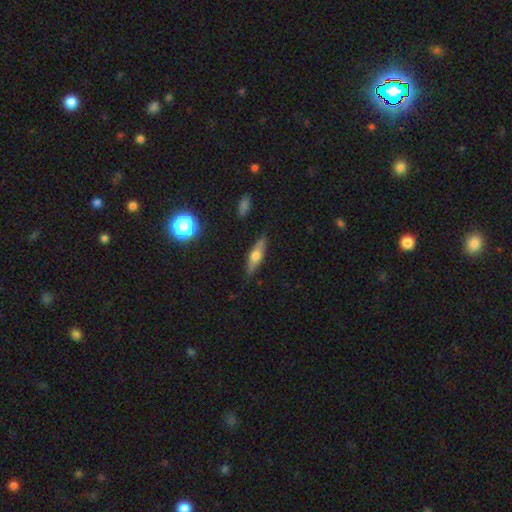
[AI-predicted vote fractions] The model was most divided on "smooth or featured": featured or disk: 48%, smooth: 44%, star or artifact: 8%. More confident: merging — none (84%).